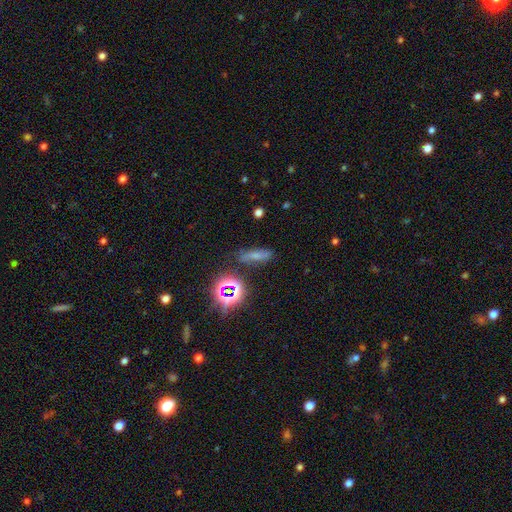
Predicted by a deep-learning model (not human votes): smooth 51%, star or artifact 27%, featured or disk 22%. Down the decision tree: how rounded — cigar-shaped (51%); merging — none (69%).